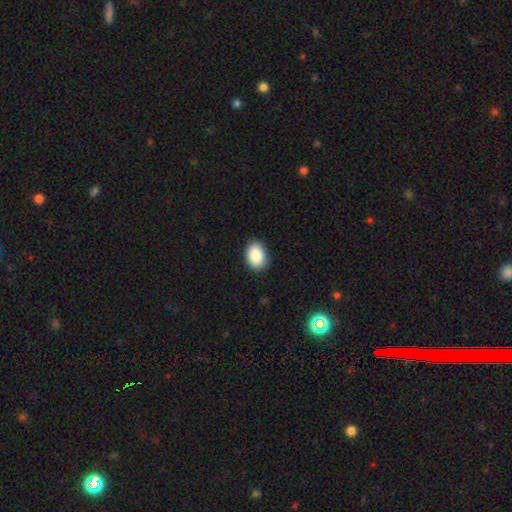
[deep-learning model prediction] Smooth or featured? Predicted: smooth (p=0.89). How rounded? Predicted: in between (p=0.79). Merging? Predicted: none (p=0.89).